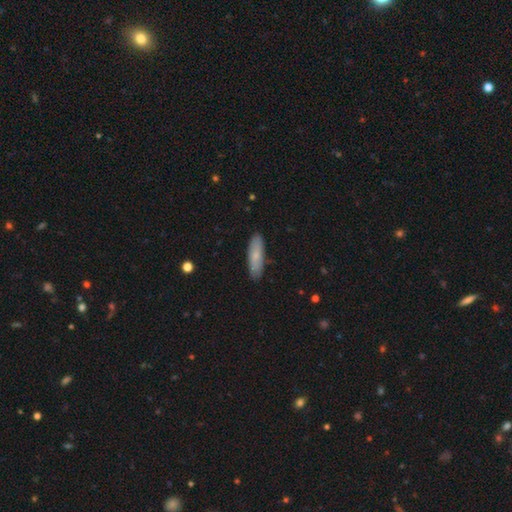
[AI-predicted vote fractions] smooth_or_featured: smooth (p=0.70) [alt: featured or disk p=0.24]
how_rounded: cigar-shaped (p=0.58) [alt: in between p=0.40]
merging: none (p=0.86) [alt: minor disturbance p=0.11]